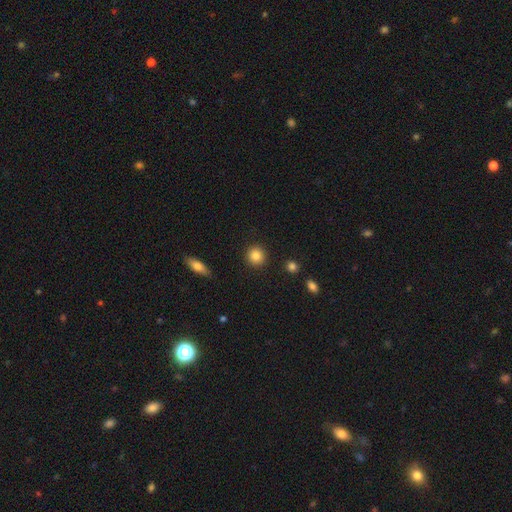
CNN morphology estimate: Smooth or featured? Predicted: smooth (p=0.85). How rounded? Predicted: round (p=0.92). Merging? Predicted: none (p=0.91).